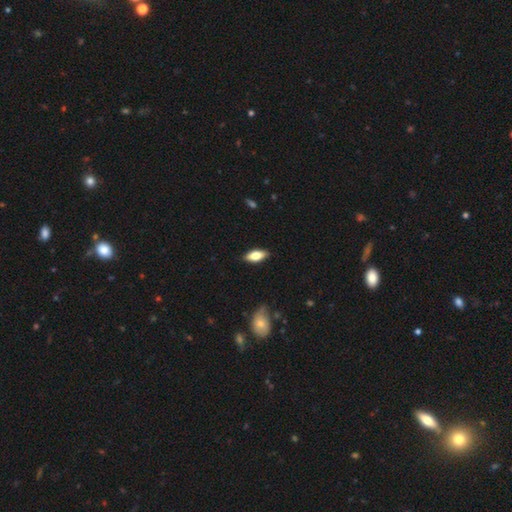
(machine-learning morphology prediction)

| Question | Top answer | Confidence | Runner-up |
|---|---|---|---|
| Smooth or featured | smooth | 68% | featured or disk (26%) |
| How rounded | in between | 82% | cigar-shaped (15%) |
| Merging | none | 86% | minor disturbance (10%) |